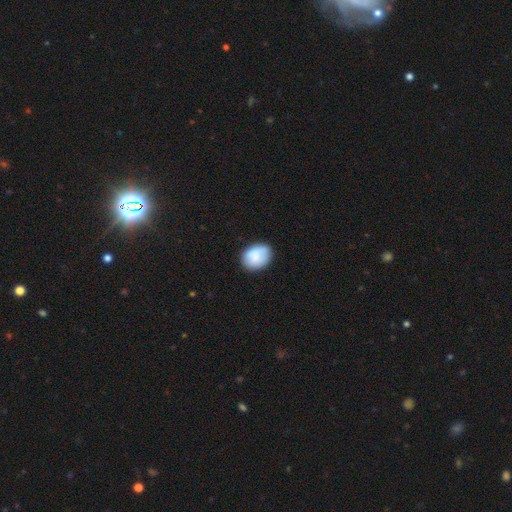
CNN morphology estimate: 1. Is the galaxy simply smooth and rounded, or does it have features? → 85% smooth, 8% featured or disk, 7% star or artifact.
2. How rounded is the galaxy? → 63% in between, 36% round, 1% cigar-shaped.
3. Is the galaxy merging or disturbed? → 77% none, 18% minor disturbance, 4% major disturbance, 1% merger.